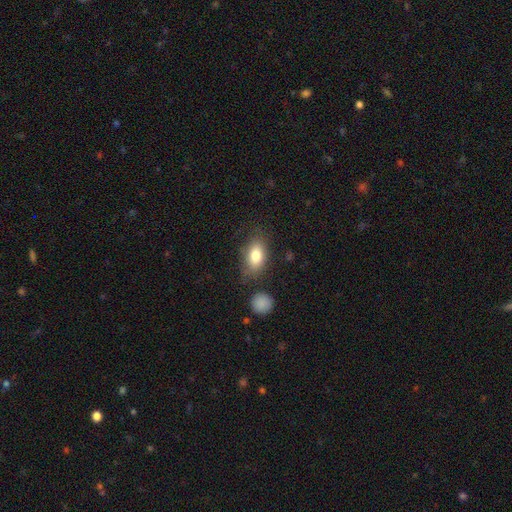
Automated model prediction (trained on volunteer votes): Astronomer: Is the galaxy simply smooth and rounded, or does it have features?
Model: smooth — 80%.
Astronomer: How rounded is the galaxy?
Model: in between — 86%.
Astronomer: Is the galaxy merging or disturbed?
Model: none — 71%.